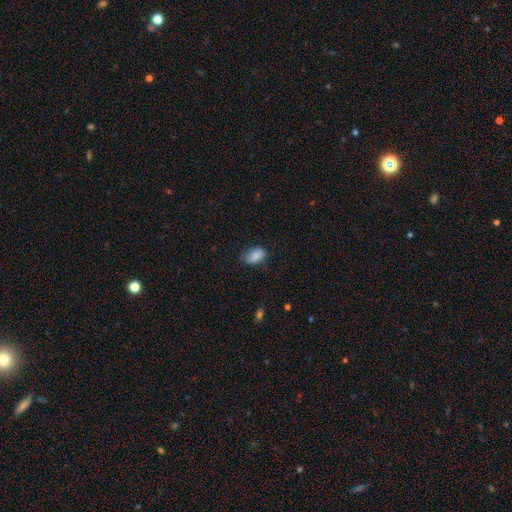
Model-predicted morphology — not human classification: Smooth or featured?
  - smooth: 84% *
  - featured or disk: 9%
  - star or artifact: 8%
How rounded?
  - in between: 87% *
  - round: 11%
  - cigar-shaped: 1%
Merging?
  - none: 69% *
  - minor disturbance: 25%
  - major disturbance: 5%
  - merger: 1%